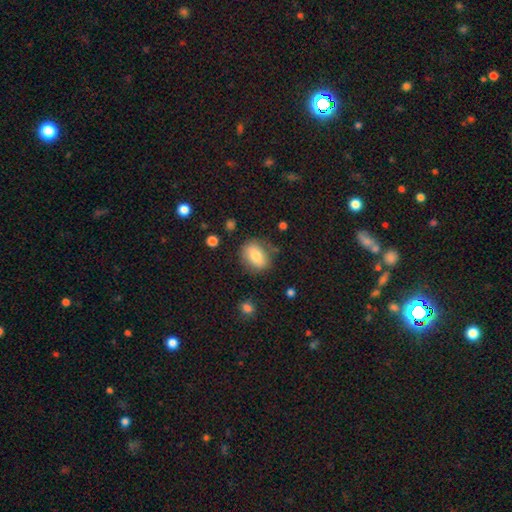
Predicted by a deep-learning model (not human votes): smooth 76%, featured or disk 16%, star or artifact 8%. Down the decision tree: how rounded — in between (63%); merging — none (78%).